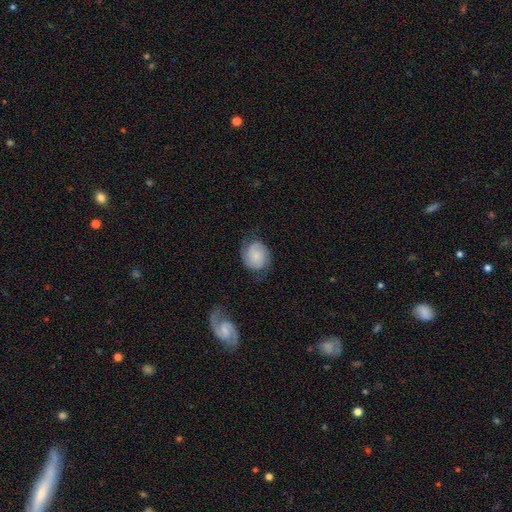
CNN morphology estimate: Smooth or featured? featured or disk (47%)
Merging? none (68%)